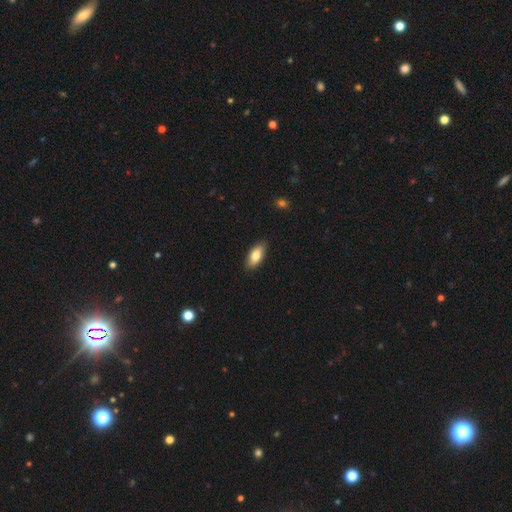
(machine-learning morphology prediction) smooth 81%, featured or disk 13%, star or artifact 6%. Down the decision tree: how rounded — in between (86%); merging — none (86%).